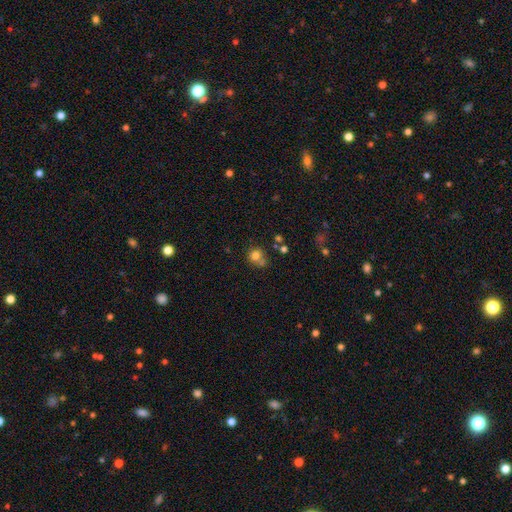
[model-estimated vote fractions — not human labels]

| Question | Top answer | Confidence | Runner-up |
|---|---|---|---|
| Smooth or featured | smooth | 77% | star or artifact (13%) |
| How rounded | round | 81% | in between (18%) |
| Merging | none | 51% | merger (26%) |